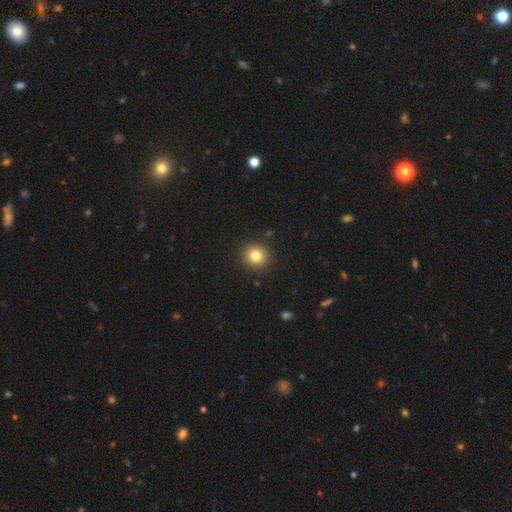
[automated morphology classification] smooth-or-featured: smooth: 82% | star or artifact: 11% | featured or disk: 7%
  how-rounded: round: 92% | in between: 7% | cigar-shaped: 1%
  merging: none: 90% | minor disturbance: 6% | major disturbance: 2% | merger: 1%